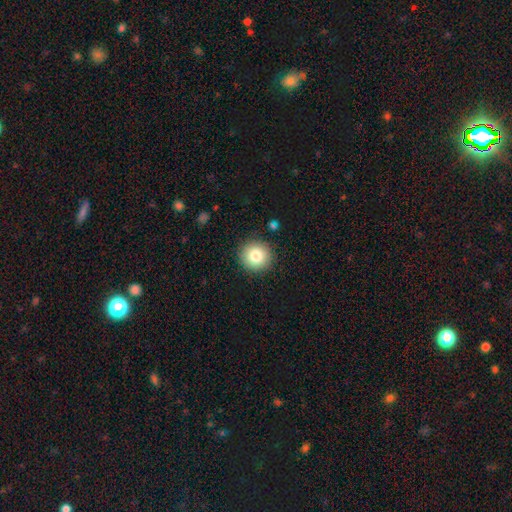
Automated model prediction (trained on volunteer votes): Smooth or featured?
  - smooth: 82% *
  - star or artifact: 10%
  - featured or disk: 8%
How rounded?
  - round: 92% *
  - in between: 7%
  - cigar-shaped: 1%
Merging?
  - none: 90% *
  - minor disturbance: 7%
  - major disturbance: 2%
  - merger: 1%